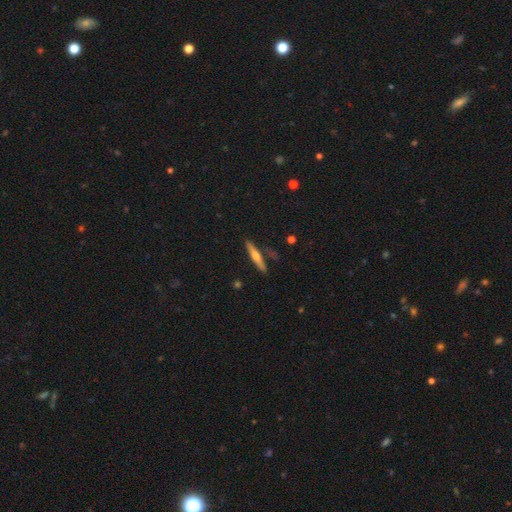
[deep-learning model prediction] This appears to be a featured or disk galaxy (59%) viewed edge-on (97%) with a rounded central bulge (86%). Merging: none (85%).